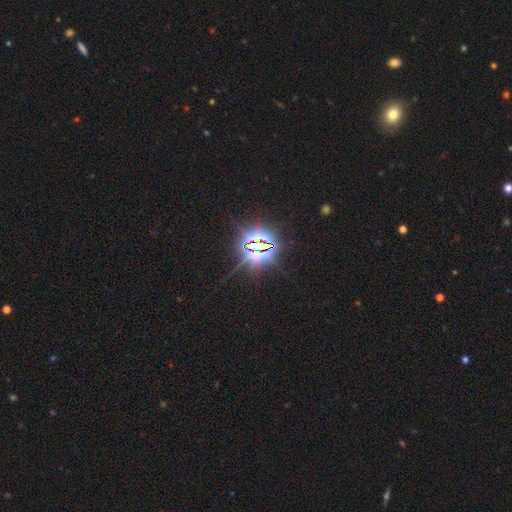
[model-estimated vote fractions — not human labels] A star or artifact, not a galaxy (84%).

Vote fractions:
- Smooth or featured? star or artifact: 84% / featured or disk: 8% / smooth: 8%